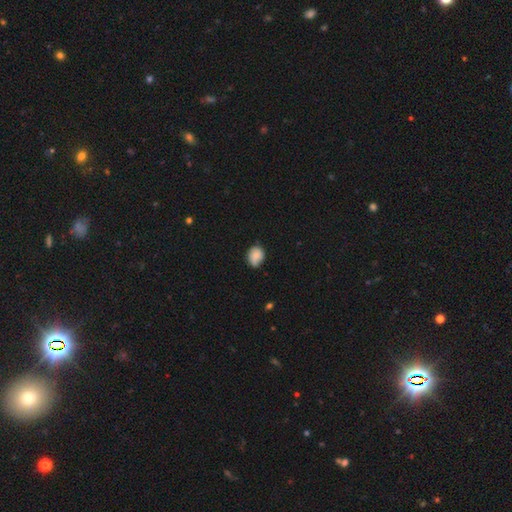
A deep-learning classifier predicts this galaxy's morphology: A smooth galaxy with no disk features (77%) that is round (57%).

Vote fractions:
- Smooth or featured? smooth: 77% / featured or disk: 15% / star or artifact: 8%
- How rounded? round: 57% / in between: 42% / cigar-shaped: 1%
- Merging? none: 60% / minor disturbance: 32% / major disturbance: 6% / merger: 2%